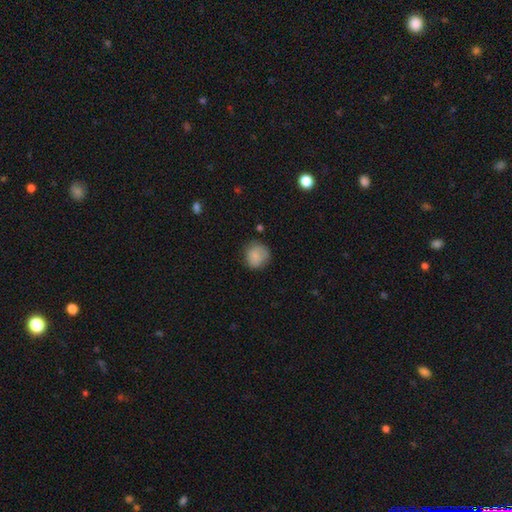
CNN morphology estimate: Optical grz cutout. It shows a smooth galaxy with no disk features (81%) that is round (85%). Merging: none (71%).